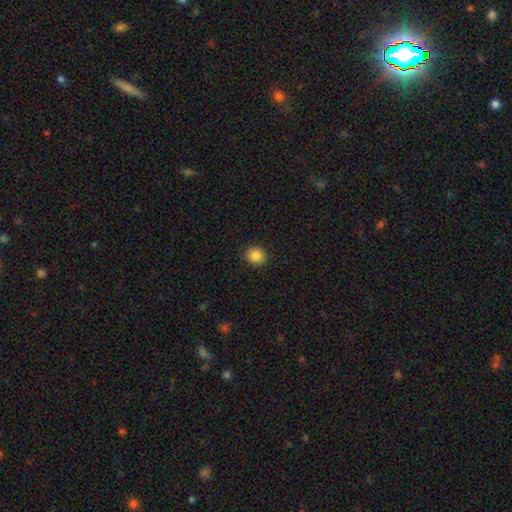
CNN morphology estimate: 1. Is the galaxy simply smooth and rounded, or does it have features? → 86% smooth, 10% star or artifact, 4% featured or disk.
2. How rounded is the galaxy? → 84% round, 15% in between, 1% cigar-shaped.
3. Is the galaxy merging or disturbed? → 91% none, 6% minor disturbance, 2% major disturbance, 1% merger.